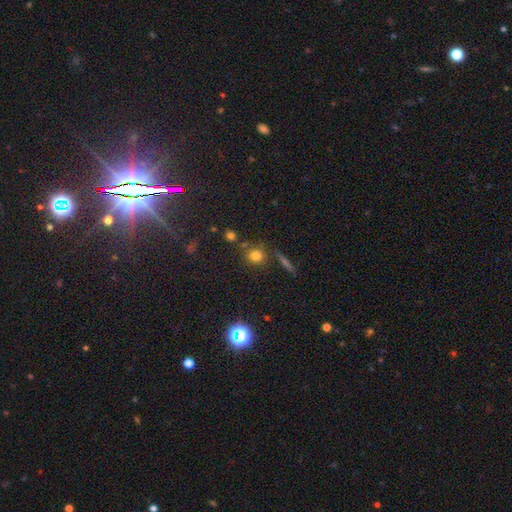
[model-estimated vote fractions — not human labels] This appears to be a smooth galaxy with no disk features (76%) that is round (84%). Merging: none (75%).